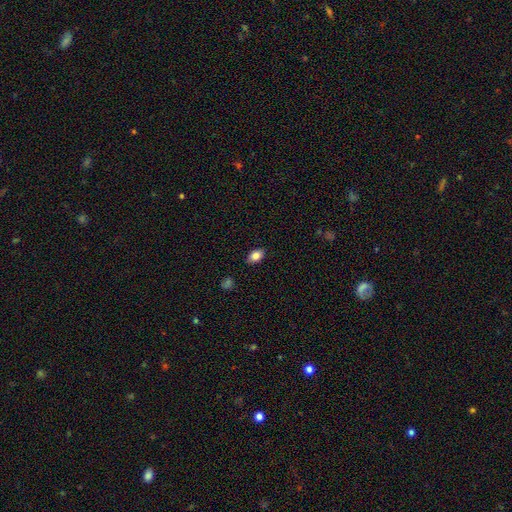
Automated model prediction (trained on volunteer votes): A smooth galaxy with no disk features (83%) that is in between round and cigar-shaped (88%). Merging: none (88%).